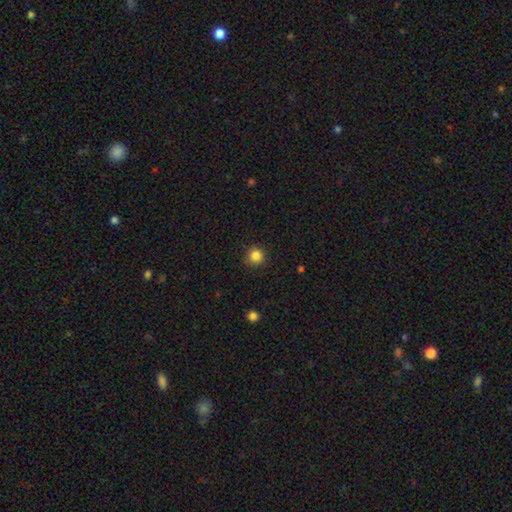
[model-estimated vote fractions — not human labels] Morphology: type=smooth (85%); roundness=round (94%); merging=none (89%).